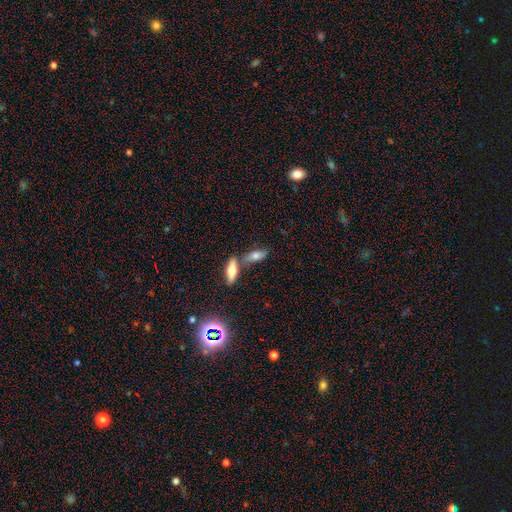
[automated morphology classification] smooth-or-featured: smooth: 66% | featured or disk: 26% | star or artifact: 9%
  how-rounded: in between: 69% | cigar-shaped: 28% | round: 4%
  merging: none: 51% | merger: 34% | minor disturbance: 11% | major disturbance: 4%